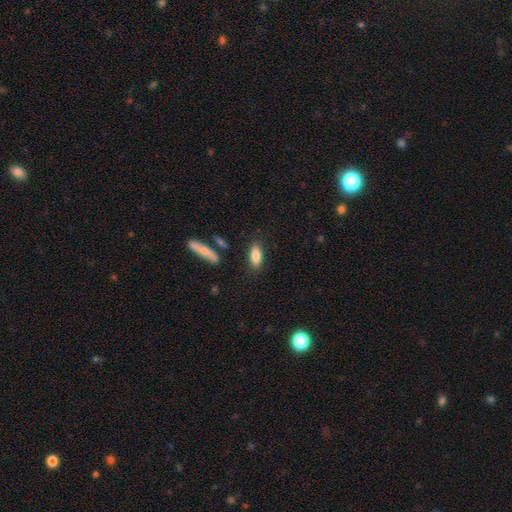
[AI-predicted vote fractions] Q: Smooth or featured?
A: smooth (83%); runner-up: featured or disk (10%)
Q: How rounded?
A: in between (74%); runner-up: cigar-shaped (24%)
Q: Merging?
A: none (85%); runner-up: minor disturbance (10%)